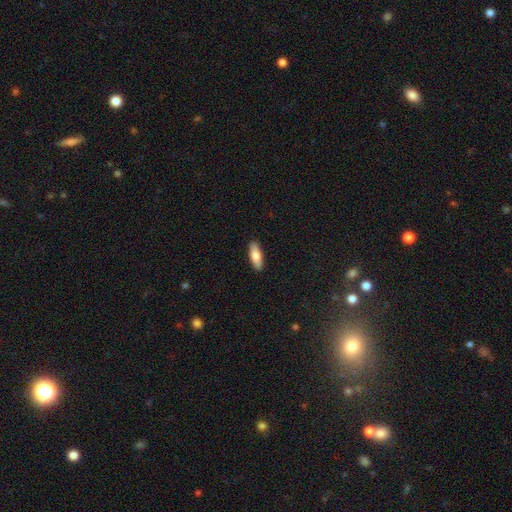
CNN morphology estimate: This appears to be a smooth galaxy with no disk features (75%) that is in between round and cigar-shaped (58%). Merging: none (90%).